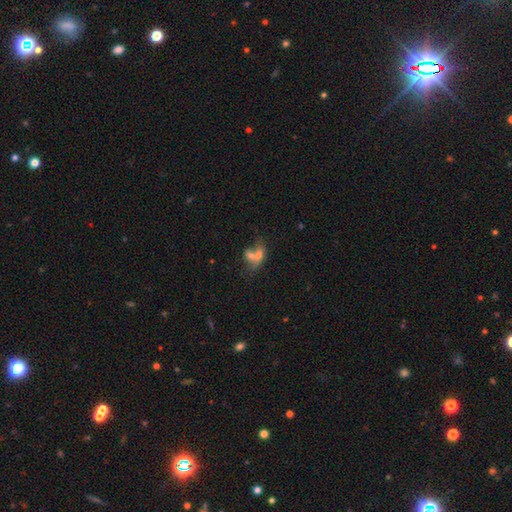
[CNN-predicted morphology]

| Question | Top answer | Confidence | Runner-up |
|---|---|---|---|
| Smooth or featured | smooth | 60% | featured or disk (29%) |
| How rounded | in between | 70% | round (25%) |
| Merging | merger | 66% | none (19%) |